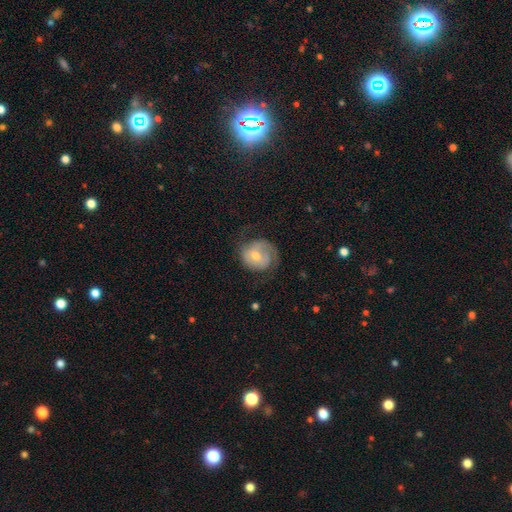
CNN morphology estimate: This appears to be a featured or disk galaxy (59%) with no bar (63%), spiral arms (79%) and a moderate central bulge (59%). Merging: none (60%).